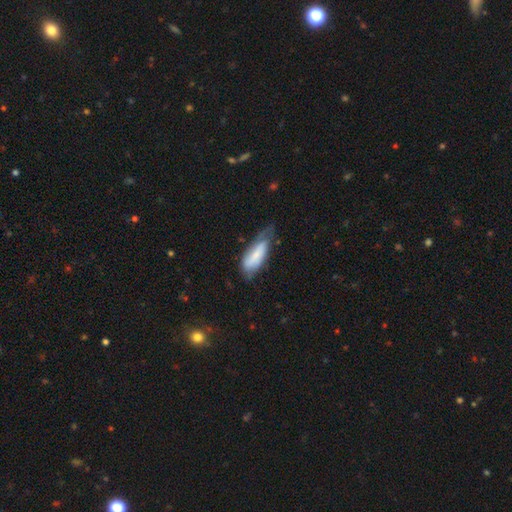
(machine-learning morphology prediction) smooth_or_featured: smooth (p=0.61) [alt: featured or disk p=0.32]
how_rounded: in between (p=0.71) [alt: cigar-shaped p=0.28]
merging: none (p=0.38) [tied with: minor disturbance p=0.38]